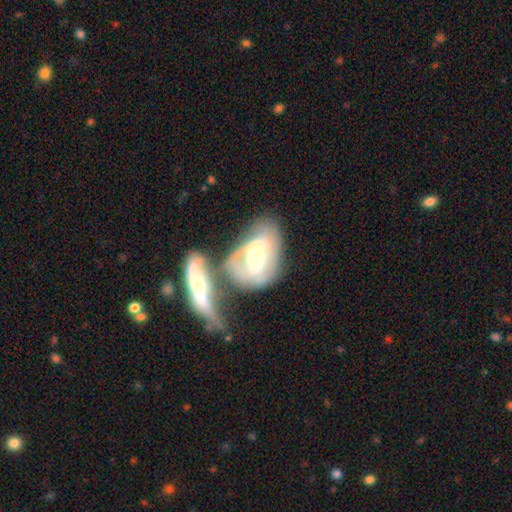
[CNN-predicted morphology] The model was most divided on "spiral arms": yes: 56%, no: 44%. Remaining: edge-on disk — no (90%); bulge size — moderate (71%); smooth or featured — featured or disk (65%); bar — no (54%); merging — merger (45%).